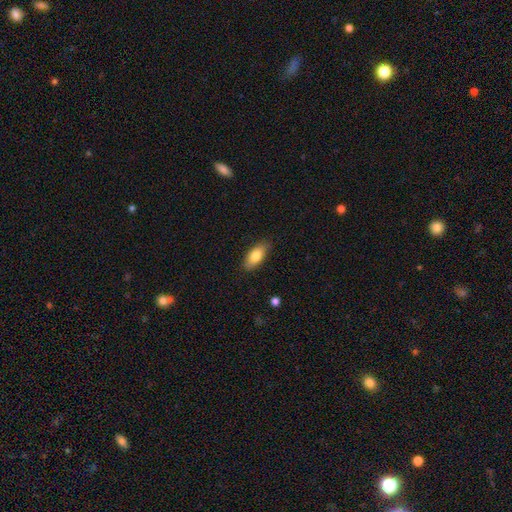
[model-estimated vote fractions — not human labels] A smooth galaxy with no disk features (80%) that is in between round and cigar-shaped (84%). Merging: none (85%).